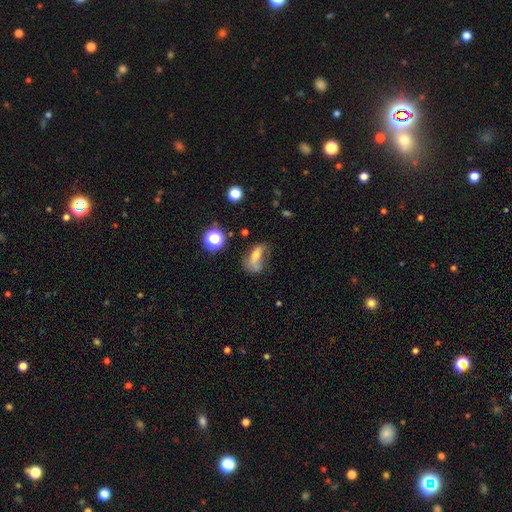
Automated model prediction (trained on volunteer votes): A smooth galaxy with no disk features (52%) that is in between round and cigar-shaped (69%). Merging: none (33%).